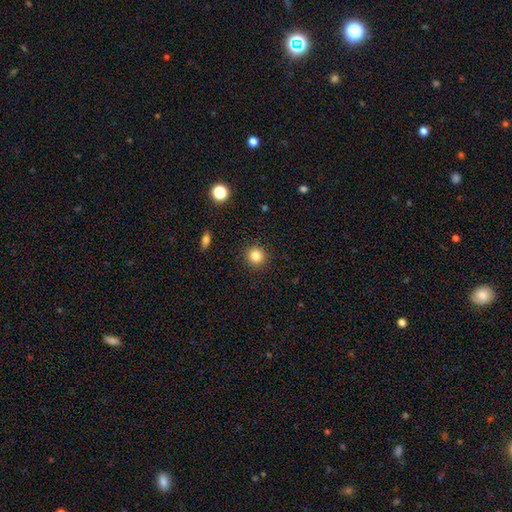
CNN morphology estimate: A smooth galaxy with no disk features (84%) that is round (93%).

Vote fractions:
- Smooth or featured? smooth: 84% / star or artifact: 11% / featured or disk: 5%
- How rounded? round: 93% / in between: 6% / cigar-shaped: 1%
- Merging? none: 91% / minor disturbance: 6% / major disturbance: 2% / merger: 1%